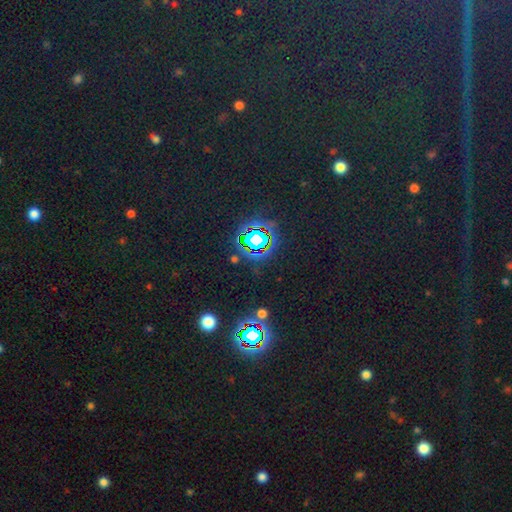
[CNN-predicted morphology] type=star or artifact (82%).